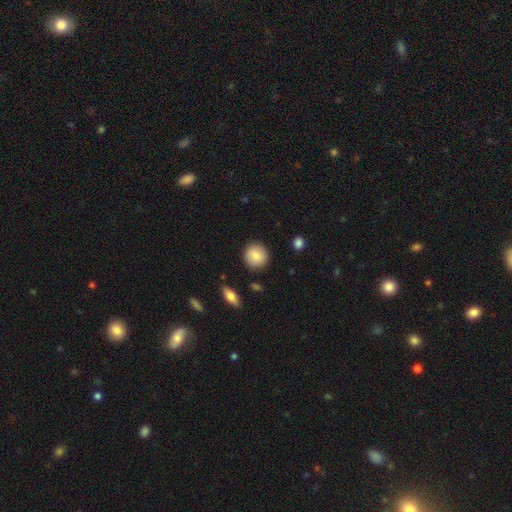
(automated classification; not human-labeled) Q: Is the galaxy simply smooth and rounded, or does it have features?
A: smooth — 85%.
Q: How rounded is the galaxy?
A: round — 90%.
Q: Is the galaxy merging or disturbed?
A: none — 89%.